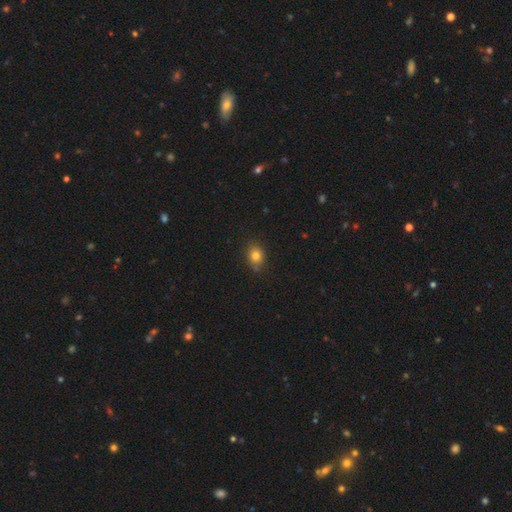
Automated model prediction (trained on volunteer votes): Smooth or featured? smooth (80%)
How rounded? round (53%)
Merging? none (78%)